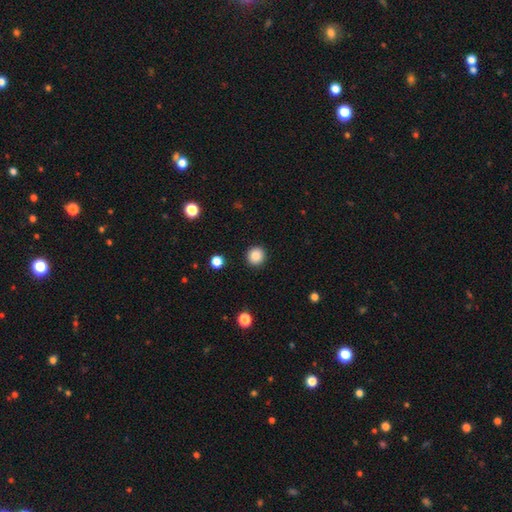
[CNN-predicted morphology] smooth 87%, star or artifact 9%, featured or disk 4%. Down the decision tree: how rounded — round (93%); merging — none (92%).